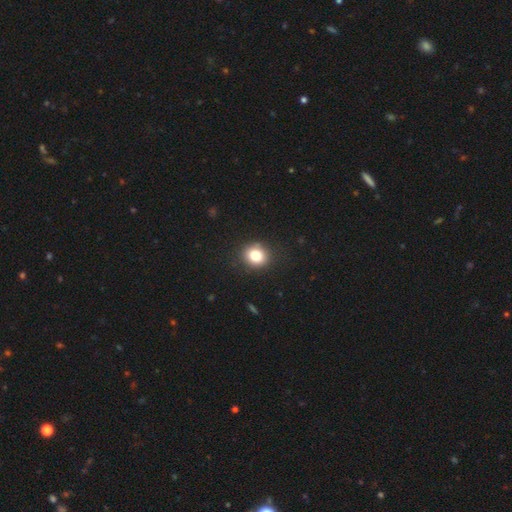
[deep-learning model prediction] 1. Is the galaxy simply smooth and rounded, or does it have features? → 81% smooth, 11% star or artifact, 8% featured or disk.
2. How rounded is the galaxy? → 77% round, 22% in between, 1% cigar-shaped.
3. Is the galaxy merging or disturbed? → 89% none, 8% minor disturbance, 2% major disturbance, 1% merger.